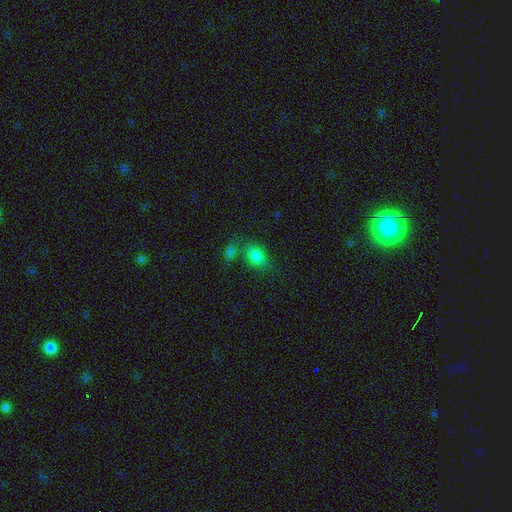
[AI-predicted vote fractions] A smooth galaxy with no disk features (81%) that is in between round and cigar-shaped (73%).

Vote fractions:
- Smooth or featured? smooth: 81% / star or artifact: 12% / featured or disk: 7%
- How rounded? in between: 73% / round: 25% / cigar-shaped: 2%
- Merging? none: 52% / merger: 25% / minor disturbance: 16% / major disturbance: 7%